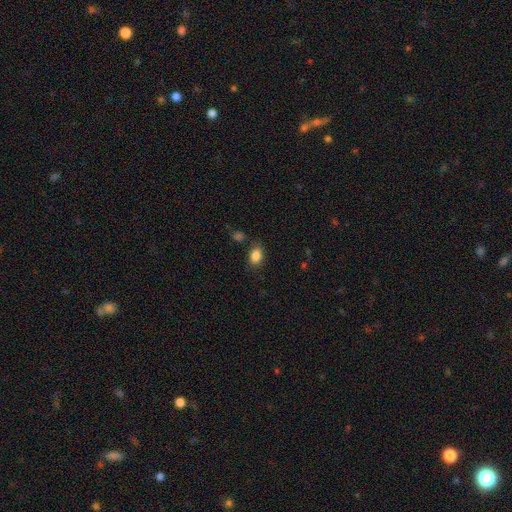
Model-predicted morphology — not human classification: Overall: smooth (85%). How rounded: in between (78%). Merging: none (78%).